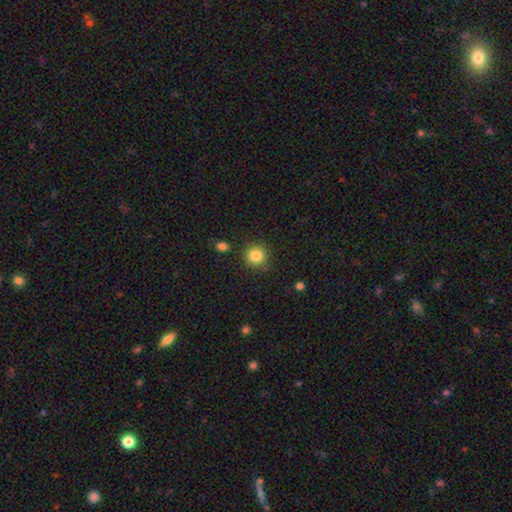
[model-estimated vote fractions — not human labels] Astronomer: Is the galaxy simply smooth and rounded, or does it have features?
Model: smooth — 85%.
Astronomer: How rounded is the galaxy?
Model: round — 92%.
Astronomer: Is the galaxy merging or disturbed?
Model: none — 87%.